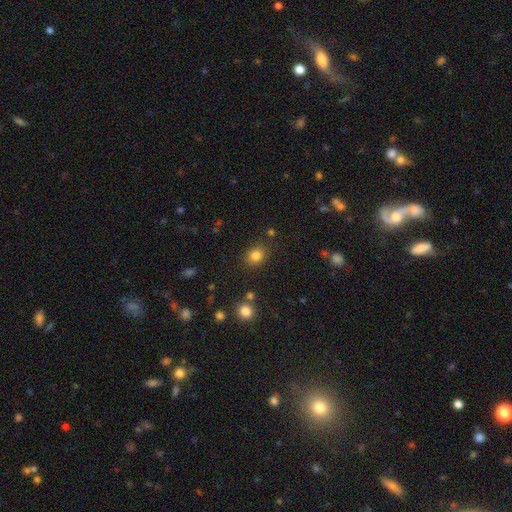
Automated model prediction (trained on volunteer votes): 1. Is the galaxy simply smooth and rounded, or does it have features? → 83% smooth, 12% star or artifact, 5% featured or disk.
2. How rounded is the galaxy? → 71% round, 28% in between, 1% cigar-shaped.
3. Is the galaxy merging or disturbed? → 84% none, 10% minor disturbance, 3% major disturbance, 3% merger.